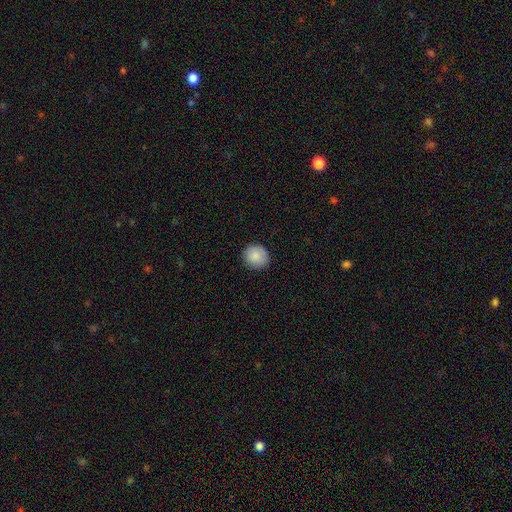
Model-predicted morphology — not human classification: smooth_or_featured: smooth (p=0.87) [alt: star or artifact p=0.08]
how_rounded: round (p=0.89) [alt: in between p=0.10]
merging: none (p=0.89) [alt: minor disturbance p=0.08]